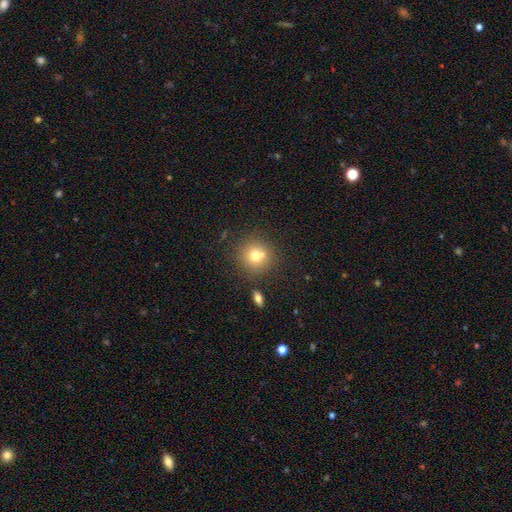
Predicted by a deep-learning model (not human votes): smooth 73%, featured or disk 14%, star or artifact 13%. Down the decision tree: how rounded — round (91%); merging — none (68%).